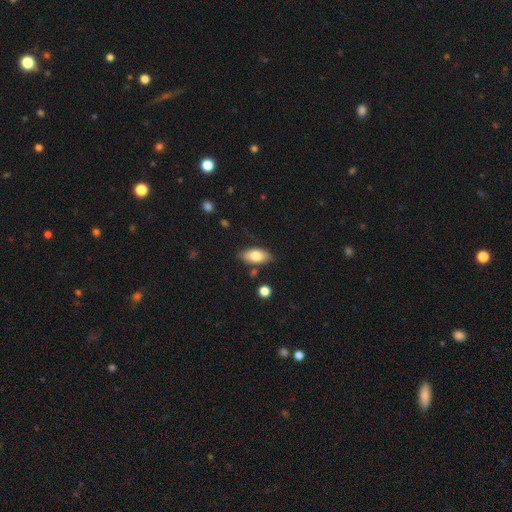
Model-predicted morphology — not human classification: Q: Smooth or featured?
A: smooth (77%); runner-up: featured or disk (16%)
Q: How rounded?
A: in between (89%); runner-up: cigar-shaped (8%)
Q: Merging?
A: none (80%); runner-up: minor disturbance (13%)